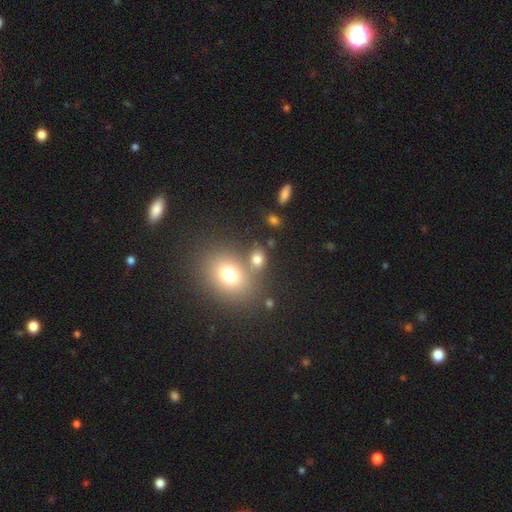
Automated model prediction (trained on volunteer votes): Q: Smooth or featured?
A: smooth (70%); runner-up: star or artifact (18%)
Q: How rounded?
A: in between (50%); runner-up: round (48%)
Q: Merging?
A: none (62%); runner-up: merger (23%)